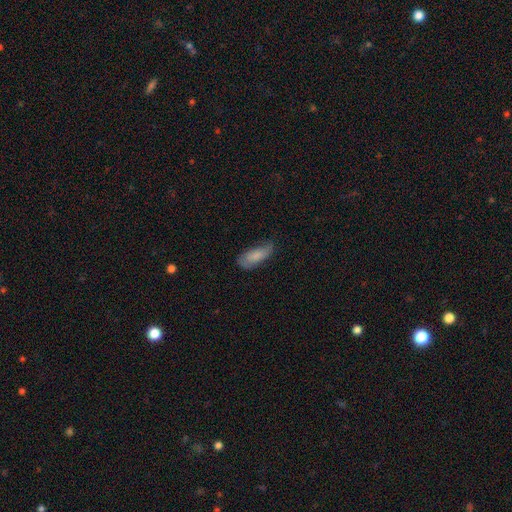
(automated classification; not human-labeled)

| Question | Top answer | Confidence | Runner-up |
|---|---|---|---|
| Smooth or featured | smooth | 78% | featured or disk (15%) |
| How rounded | in between | 78% | cigar-shaped (20%) |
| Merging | none | 57% | minor disturbance (33%) |